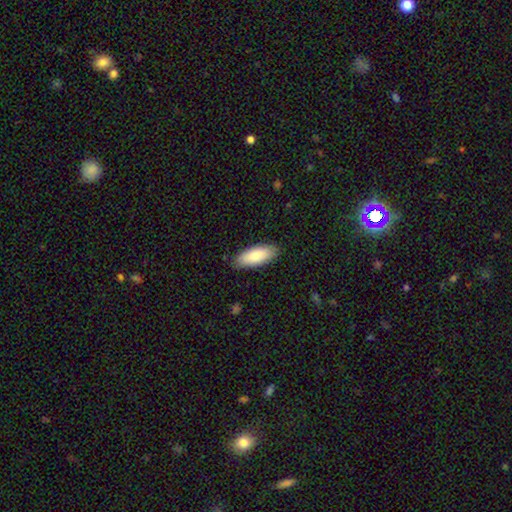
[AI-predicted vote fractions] This appears to be a smooth galaxy with no disk features (85%) that is in between round and cigar-shaped (80%). Merging: none (86%).